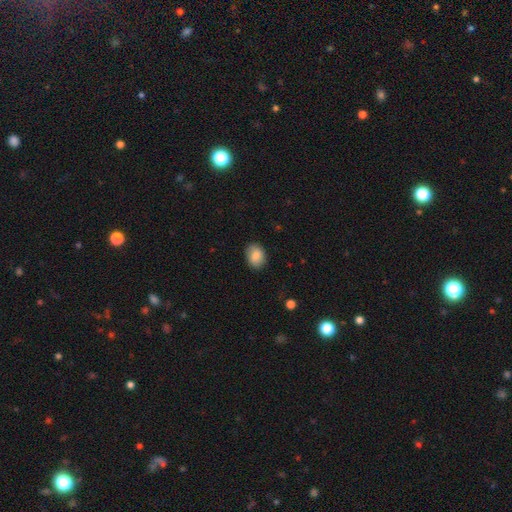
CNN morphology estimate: A smooth galaxy with no disk features (84%) that is in between round and cigar-shaped (67%). Merging: none (84%).